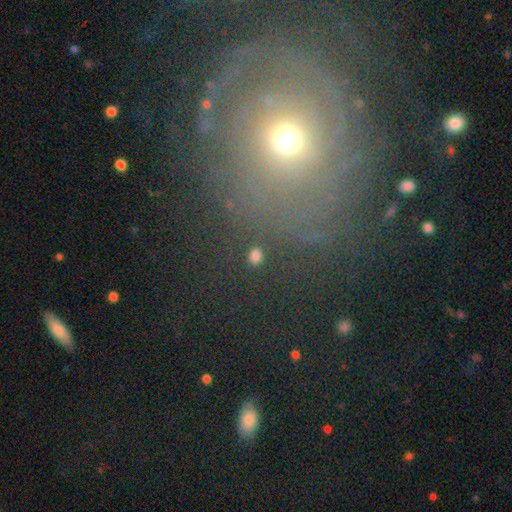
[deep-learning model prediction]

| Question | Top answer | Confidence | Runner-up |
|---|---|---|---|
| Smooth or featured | smooth | 50% | star or artifact (37%) |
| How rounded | round | 76% | in between (21%) |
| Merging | none | 83% | minor disturbance (8%) |